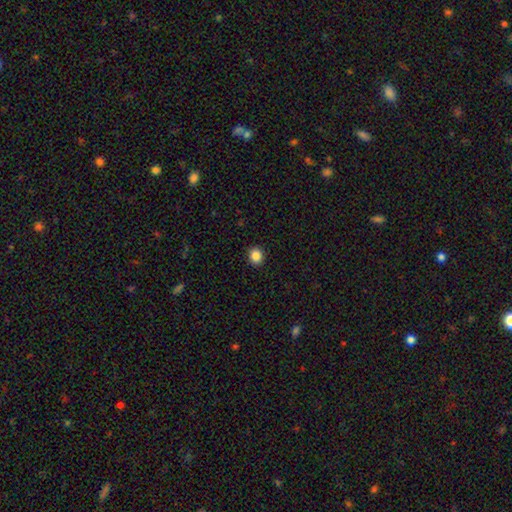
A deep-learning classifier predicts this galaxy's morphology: Smooth or featured?
  - smooth: 87% *
  - star or artifact: 10%
  - featured or disk: 3%
How rounded?
  - round: 76% *
  - in between: 23%
  - cigar-shaped: 1%
Merging?
  - none: 92% *
  - minor disturbance: 6%
  - major disturbance: 2%
  - merger: 1%